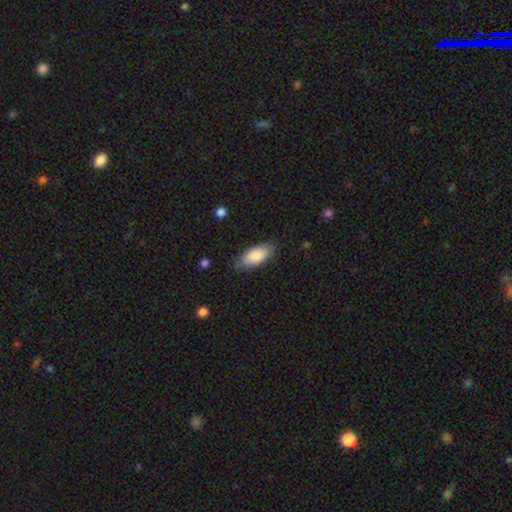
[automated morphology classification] Smooth or featured? smooth (85%)
How rounded? in between (87%)
Merging? none (82%)